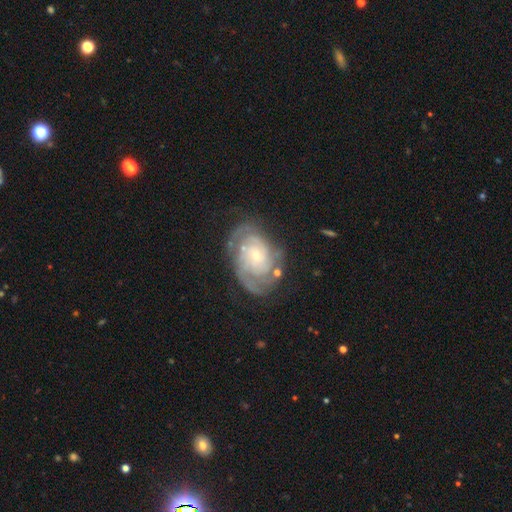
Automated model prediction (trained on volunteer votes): This is clearly a featured or disk galaxy (83%). It is clearly not viewed edge-on (97%). Bar: likely no (73%). Spiral arm pattern: clearly yes (93%). Spiral arm count: marginally can't tell (35%). Spiral winding: likely tight (64%). Central bulge: likely small (72%). Merging: likely none (64%).